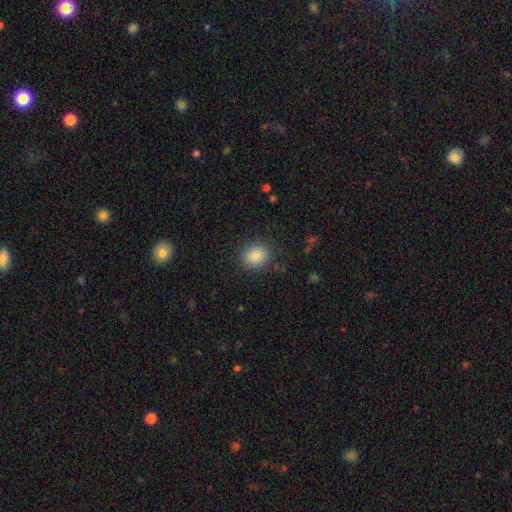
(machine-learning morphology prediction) Smooth or featured: smooth — 88% (star or artifact — 8%)
How rounded: round — 53% (in between — 46%)
Merging: none — 85% (minor disturbance — 10%)